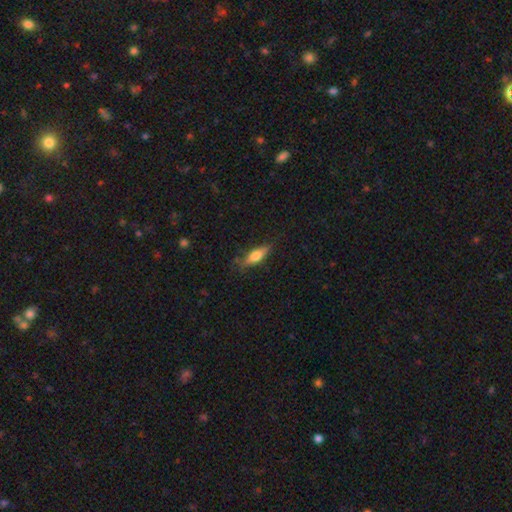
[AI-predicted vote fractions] smooth_or_featured: smooth (p=0.62) [alt: featured or disk p=0.31]
how_rounded: cigar-shaped (p=0.51) [alt: in between p=0.46]
merging: none (p=0.76) [alt: minor disturbance p=0.18]